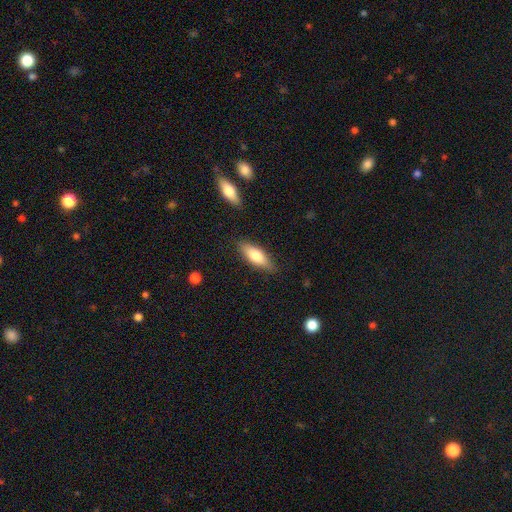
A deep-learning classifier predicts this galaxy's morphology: smooth-or-featured: smooth: 72% | featured or disk: 22% | star or artifact: 6%
  how-rounded: in between: 66% | cigar-shaped: 32% | round: 2%
  merging: none: 84% | minor disturbance: 11% | major disturbance: 2% | merger: 2%